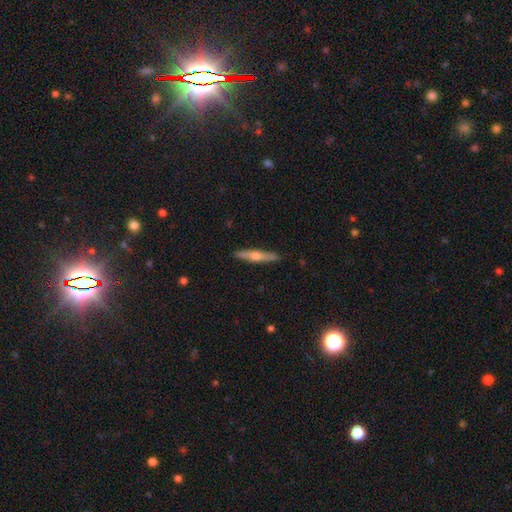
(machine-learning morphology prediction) smooth-or-featured: featured or disk: 60% | smooth: 34% | star or artifact: 6%
  disk-edge-on: yes: 95% | no: 5%
    edge-on-bulge: rounded: 89% | none: 7% | boxy: 4%
  merging: none: 90% | minor disturbance: 7% | major disturbance: 1% | merger: 1%